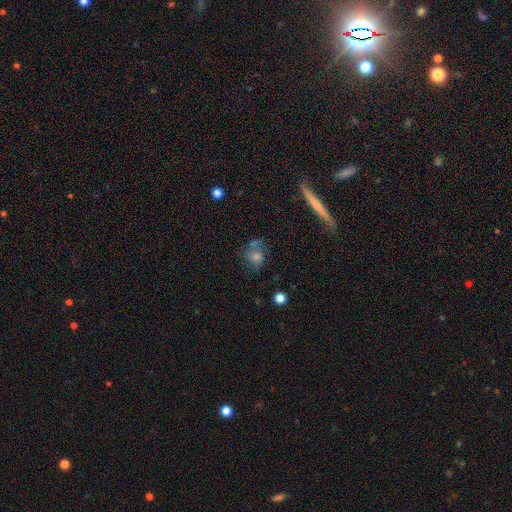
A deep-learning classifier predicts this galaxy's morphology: A smooth galaxy with no disk features (56%) that is round (62%). Merging: none (49%).